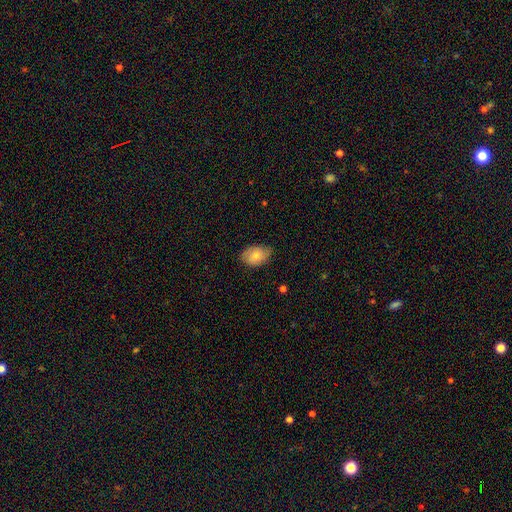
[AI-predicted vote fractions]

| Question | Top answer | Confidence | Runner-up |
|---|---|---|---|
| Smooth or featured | smooth | 59% | featured or disk (33%) |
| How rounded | in between | 82% | round (16%) |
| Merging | none | 73% | minor disturbance (22%) |